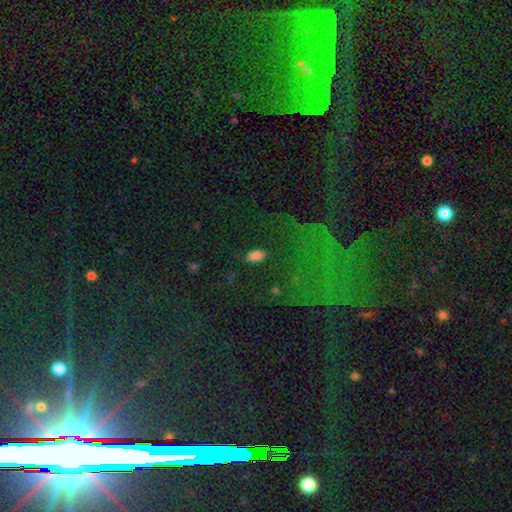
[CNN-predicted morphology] smooth-or-featured: smooth: 84% | star or artifact: 11% | featured or disk: 6%
  how-rounded: in between: 93% | round: 4% | cigar-shaped: 3%
  merging: none: 85% | minor disturbance: 10% | major disturbance: 3% | merger: 1%